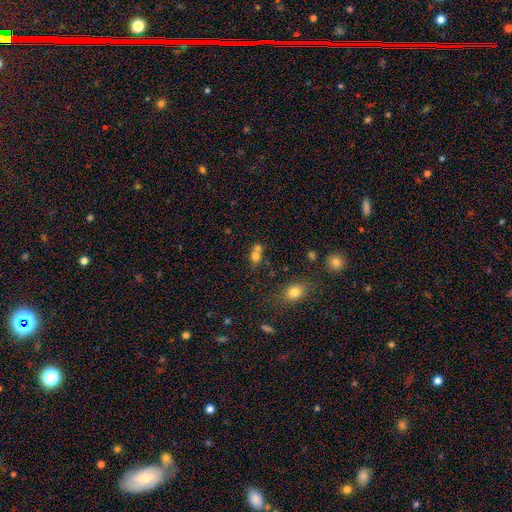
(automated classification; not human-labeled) smooth-or-featured: smooth: 72% | featured or disk: 14% | star or artifact: 13%
  how-rounded: round: 57% | in between: 41% | cigar-shaped: 2%
  merging: merger: 54% | none: 32% | minor disturbance: 9% | major disturbance: 4%